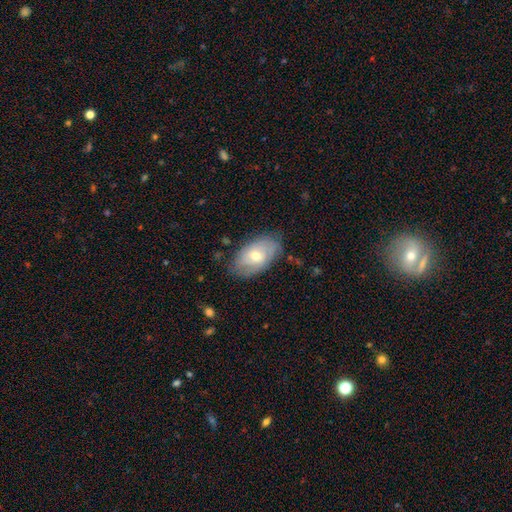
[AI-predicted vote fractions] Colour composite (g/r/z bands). It shows a smooth galaxy with no disk features (50%). Merging: none (74%).